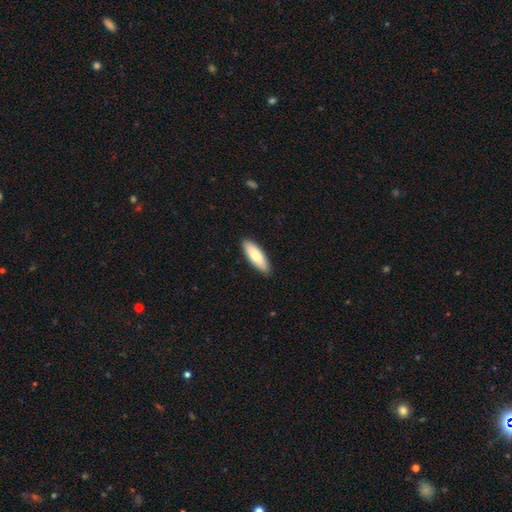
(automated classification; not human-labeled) smooth_or_featured: smooth (p=0.78) [alt: featured or disk p=0.17]
how_rounded: in between (p=0.59) [alt: cigar-shaped p=0.39]
merging: none (p=0.90) [alt: minor disturbance p=0.08]